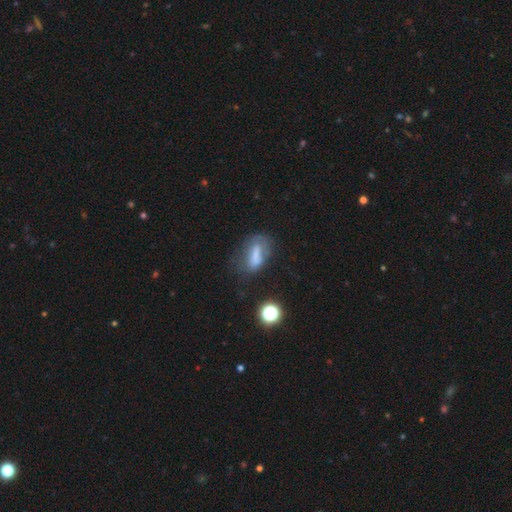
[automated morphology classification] This appears to be a smooth galaxy with no disk features (56%) that is in between round and cigar-shaped (73%). Merging: none (42%).